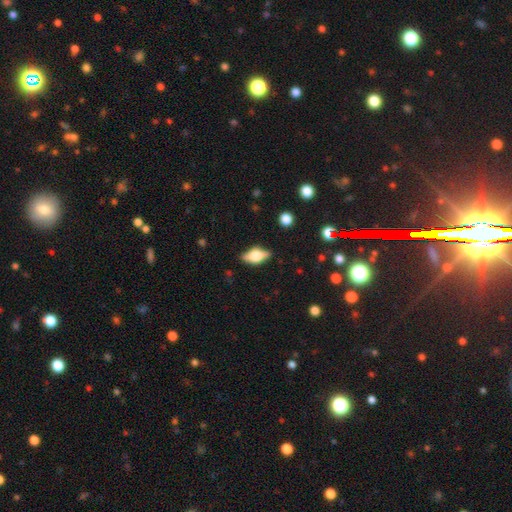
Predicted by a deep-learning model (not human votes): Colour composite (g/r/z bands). It shows a featured or disk galaxy (51%) viewed edge-on (91%). Merging: none (81%).